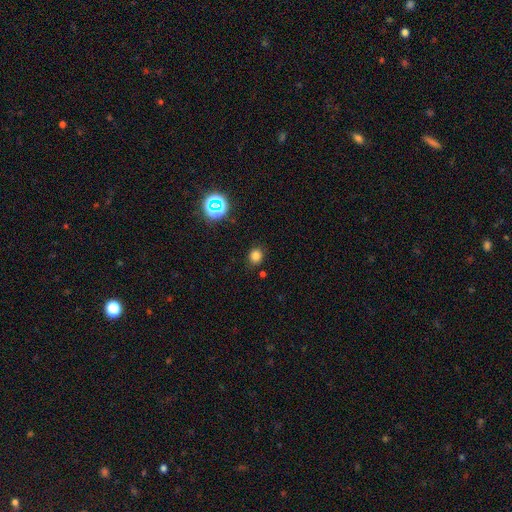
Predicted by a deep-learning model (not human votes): A smooth galaxy with no disk features (78%) that is round (75%). Merging: none (85%).